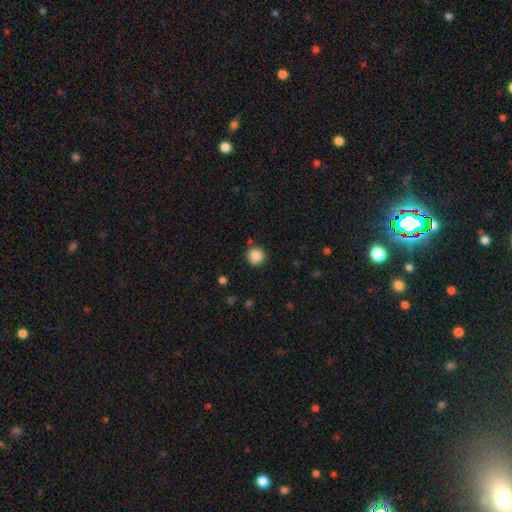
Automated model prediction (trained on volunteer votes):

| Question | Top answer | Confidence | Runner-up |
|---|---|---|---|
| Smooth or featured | smooth | 86% | star or artifact (10%) |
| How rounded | round | 92% | in between (7%) |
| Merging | none | 84% | minor disturbance (10%) |